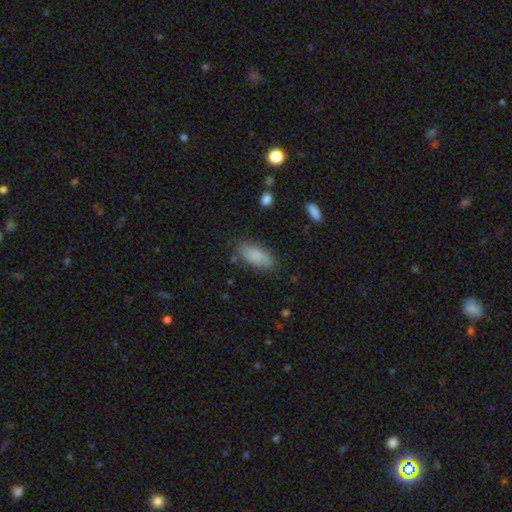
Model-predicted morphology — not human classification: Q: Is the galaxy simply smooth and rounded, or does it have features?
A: smooth — 86%.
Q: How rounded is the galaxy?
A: in between — 86%.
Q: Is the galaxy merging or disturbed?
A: none — 79%.